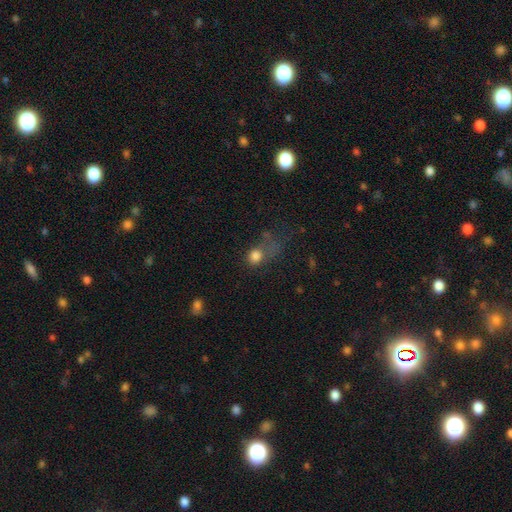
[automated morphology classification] Smooth or featured? Predicted: smooth (p=0.77). How rounded? Predicted: round (p=0.65). Merging? Predicted: major disturbance (p=0.36).